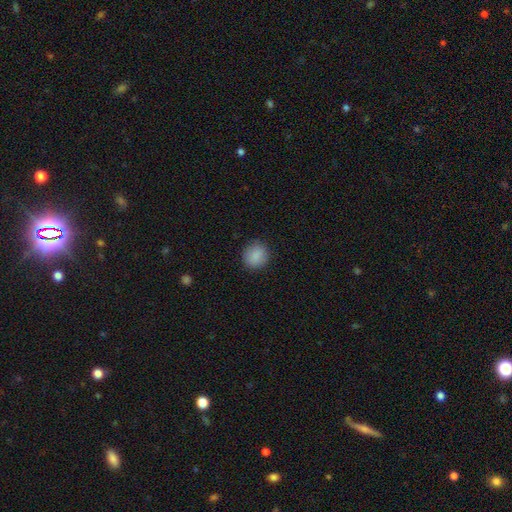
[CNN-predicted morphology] Smooth or featured: smooth — 88% (star or artifact — 8%)
How rounded: round — 88% (in between — 11%)
Merging: none — 88% (minor disturbance — 8%)